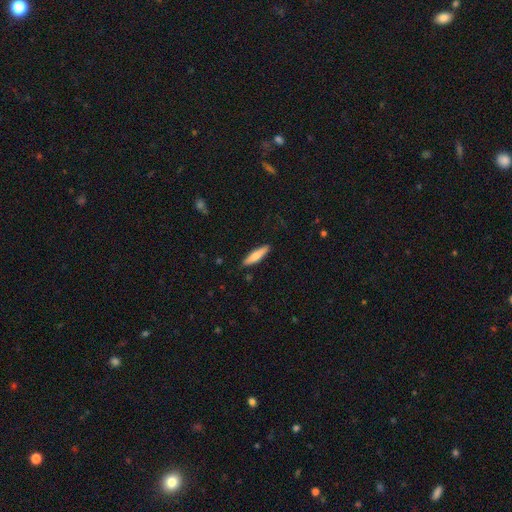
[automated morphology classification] A smooth galaxy with no disk features (72%) that is cigar-shaped (80%). Merging: none (88%).